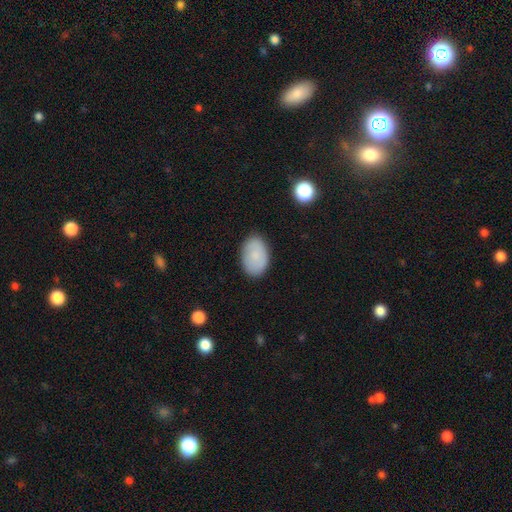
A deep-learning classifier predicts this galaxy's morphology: This appears to be a smooth galaxy with no disk features (82%) that is in between round and cigar-shaped (87%). Merging: none (85%).